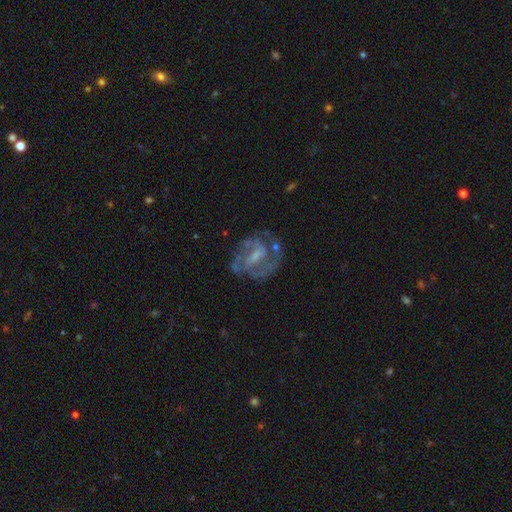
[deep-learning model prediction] Q: Smooth or featured?
A: featured or disk (83%); runner-up: smooth (10%)
Q: Edge-on disk?
A: no (97%); runner-up: yes (3%)
Q: Bar?
A: weak (50%); runner-up: strong (30%)
Q: Spiral arms?
A: yes (90%); runner-up: no (10%)
Q: Spiral winding?
A: medium (50%); runner-up: tight (36%)
Q: Spiral arm count?
A: 2 (62%); runner-up: can't tell (16%)
Q: Bulge size?
A: small (37%); runner-up: moderate (29%)
Q: Merging?
A: none (63%); runner-up: minor disturbance (19%)